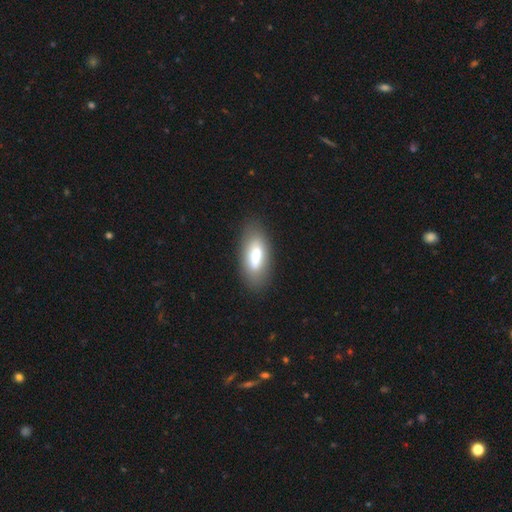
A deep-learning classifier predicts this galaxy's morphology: type=smooth (68%); roundness=in between (80%); merging=none (80%).